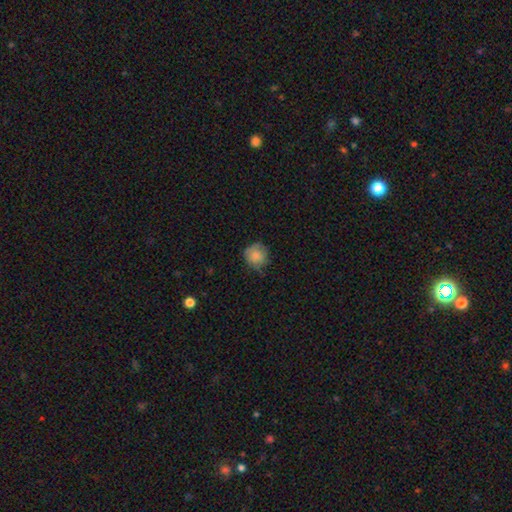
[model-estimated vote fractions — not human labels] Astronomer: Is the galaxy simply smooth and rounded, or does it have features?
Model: smooth — 81%.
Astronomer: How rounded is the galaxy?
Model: round — 87%.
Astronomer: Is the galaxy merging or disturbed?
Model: none — 66%.